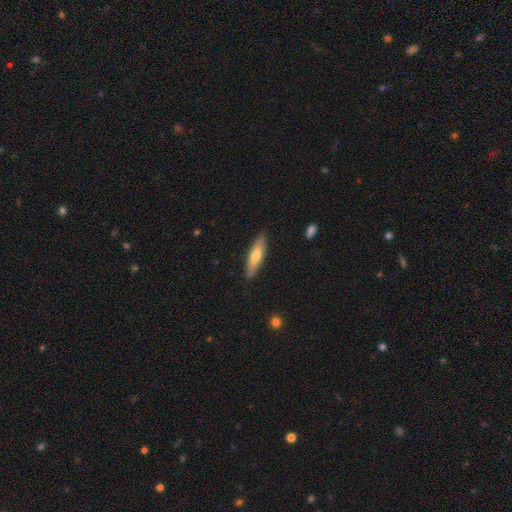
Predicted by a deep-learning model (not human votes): Smooth or featured?
  - smooth: 65% *
  - featured or disk: 29%
  - star or artifact: 6%
How rounded?
  - cigar-shaped: 73% *
  - in between: 26%
  - round: 2%
Merging?
  - none: 88% *
  - minor disturbance: 9%
  - major disturbance: 2%
  - merger: 1%